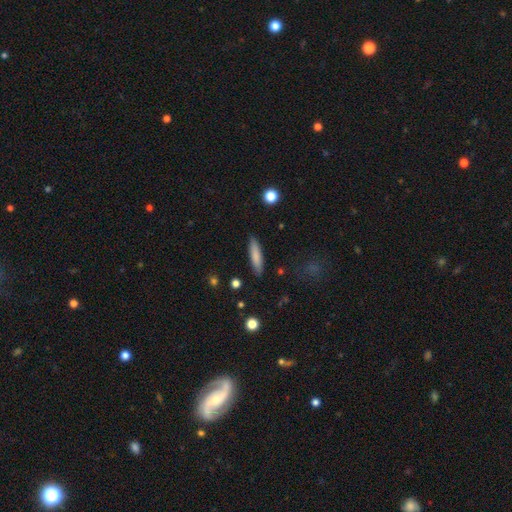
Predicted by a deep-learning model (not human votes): Smooth or featured: smooth — 81% (featured or disk — 13%)
How rounded: cigar-shaped — 79% (in between — 19%)
Merging: none — 88% (minor disturbance — 8%)